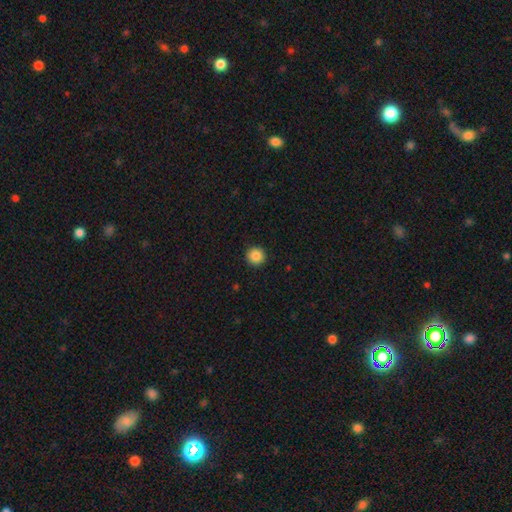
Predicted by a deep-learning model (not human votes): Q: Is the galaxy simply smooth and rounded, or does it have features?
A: smooth — 87%.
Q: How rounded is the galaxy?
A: round — 95%.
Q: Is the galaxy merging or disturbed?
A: none — 93%.